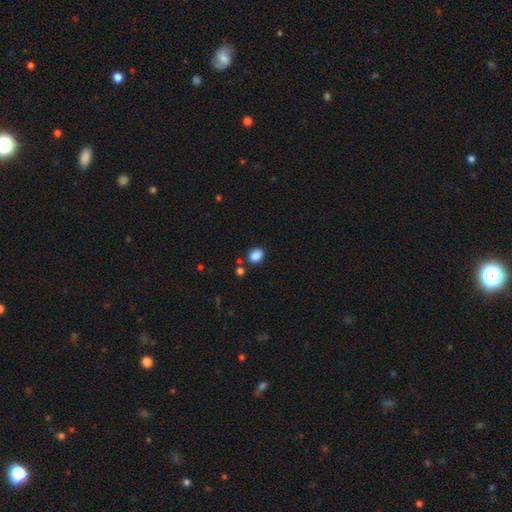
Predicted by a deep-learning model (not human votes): Smooth or featured? Predicted: smooth (p=0.87). How rounded? Predicted: in between (p=0.65). Merging? Predicted: none (p=0.77).